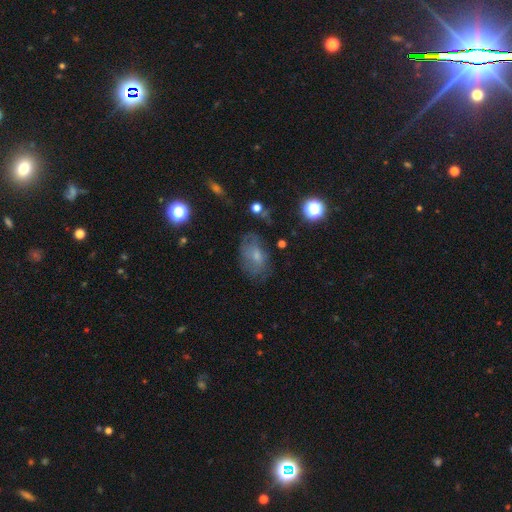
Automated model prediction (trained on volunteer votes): Q: Smooth or featured?
A: smooth (54%); runner-up: featured or disk (34%)
Q: How rounded?
A: in between (86%); runner-up: round (12%)
Q: Merging?
A: none (58%); runner-up: minor disturbance (25%)